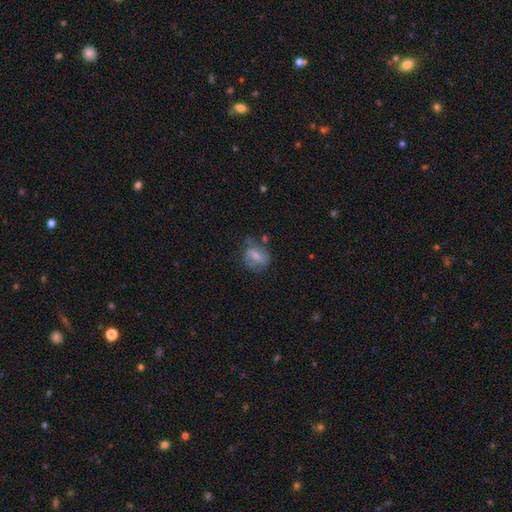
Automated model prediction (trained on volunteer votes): Morphology: type=smooth (47%); merging=none (49%).